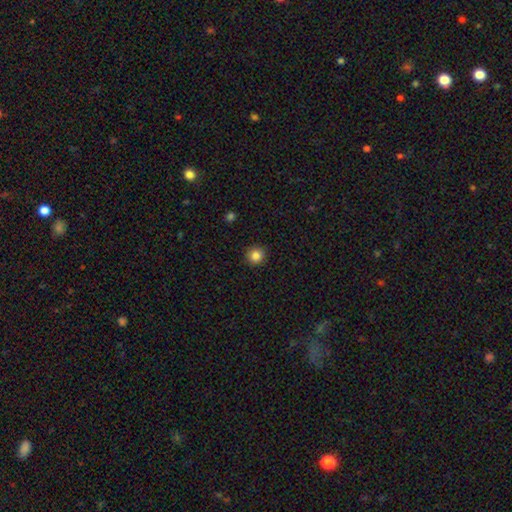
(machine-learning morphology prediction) Smooth or featured?
  - smooth: 85% *
  - star or artifact: 11%
  - featured or disk: 4%
How rounded?
  - round: 94% *
  - in between: 5%
  - cigar-shaped: 1%
Merging?
  - none: 91% *
  - minor disturbance: 6%
  - major disturbance: 2%
  - merger: 1%